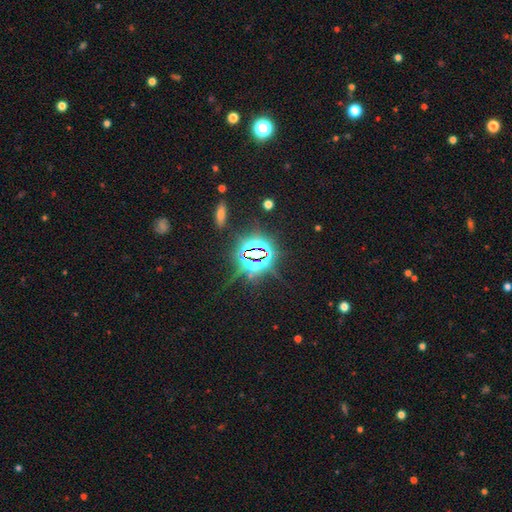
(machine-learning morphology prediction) Smooth or featured? star or artifact (82%)